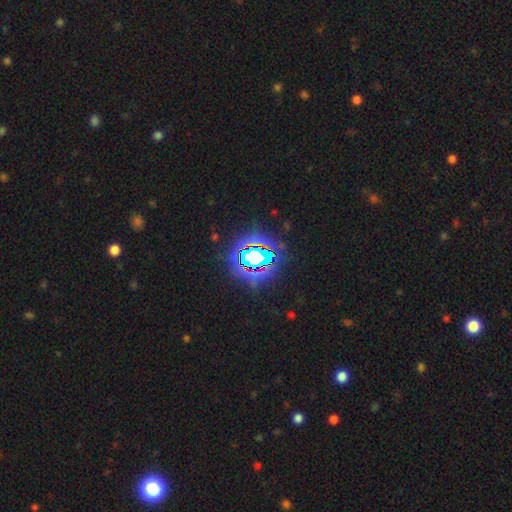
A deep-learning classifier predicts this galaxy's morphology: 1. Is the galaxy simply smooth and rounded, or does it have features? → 84% star or artifact, 10% smooth, 6% featured or disk.